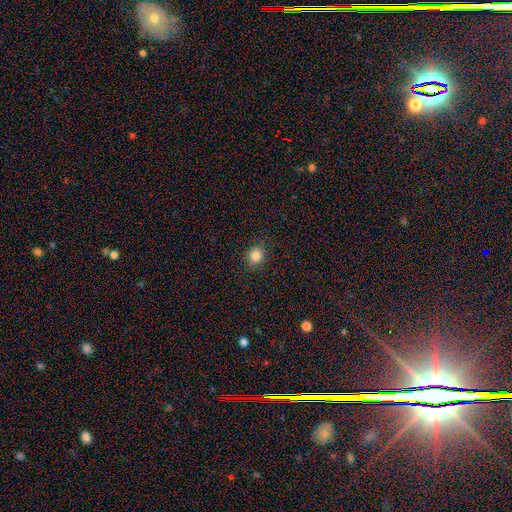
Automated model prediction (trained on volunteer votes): smooth_or_featured: smooth (p=0.84) [alt: star or artifact p=0.12]
how_rounded: round (p=0.80) [alt: in between p=0.19]
merging: none (p=0.88) [alt: minor disturbance p=0.08]